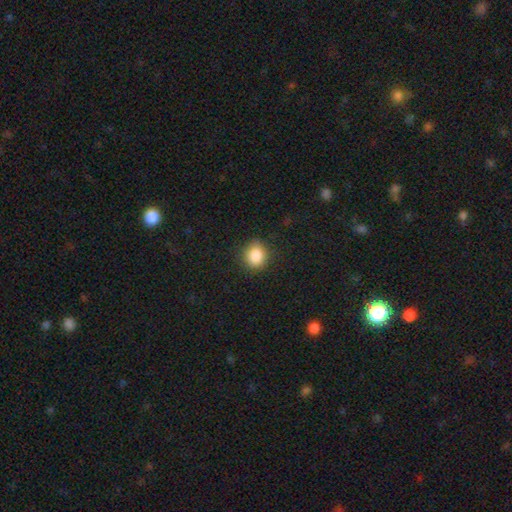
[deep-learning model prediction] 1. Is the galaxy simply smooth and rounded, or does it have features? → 87% smooth, 9% star or artifact, 4% featured or disk.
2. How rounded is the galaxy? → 69% round, 30% in between, 1% cigar-shaped.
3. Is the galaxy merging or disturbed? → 84% none, 12% minor disturbance, 3% major disturbance, 1% merger.